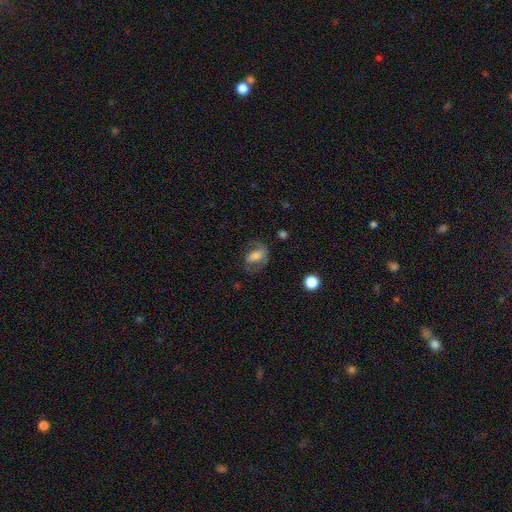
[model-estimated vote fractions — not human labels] Smooth or featured? featured or disk (46%)
Merging? none (59%)